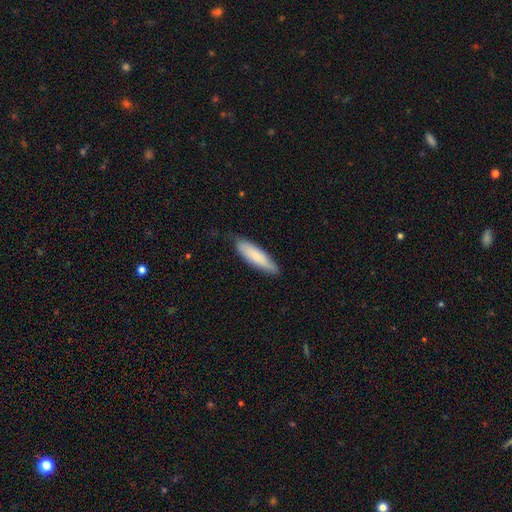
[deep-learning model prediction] A smooth galaxy with no disk features (78%) that is cigar-shaped (64%).

Vote fractions:
- Smooth or featured? smooth: 78% / featured or disk: 16% / star or artifact: 5%
- How rounded? cigar-shaped: 64% / in between: 35% / round: 1%
- Merging? none: 73% / minor disturbance: 22% / major disturbance: 3% / merger: 1%